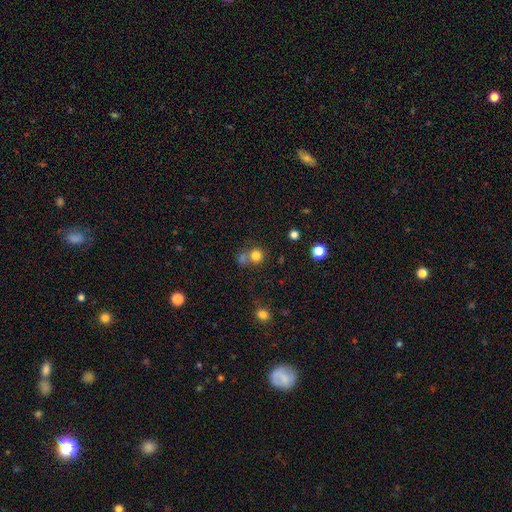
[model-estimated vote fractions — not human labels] Morphology: type=smooth (78%); roundness=round (89%); merging=none (58%).